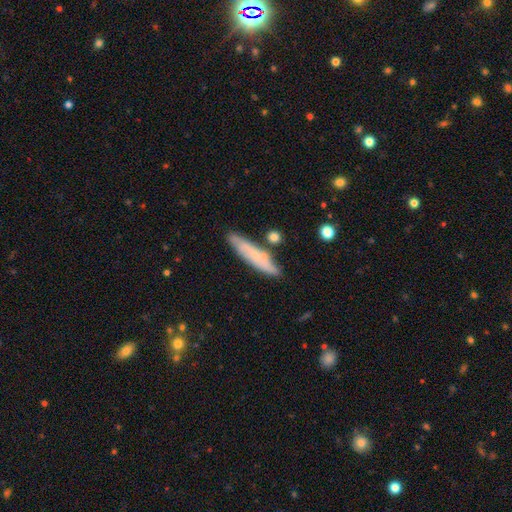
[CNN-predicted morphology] This appears to be a smooth galaxy with no disk features (51%) that is cigar-shaped (81%). Merging: none (76%).